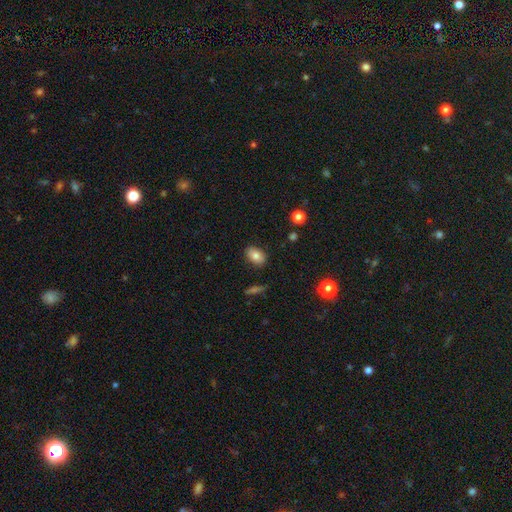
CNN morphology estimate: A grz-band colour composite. It shows a smooth galaxy with no disk features (78%) that is in between round and cigar-shaped (84%). Merging: none (85%).